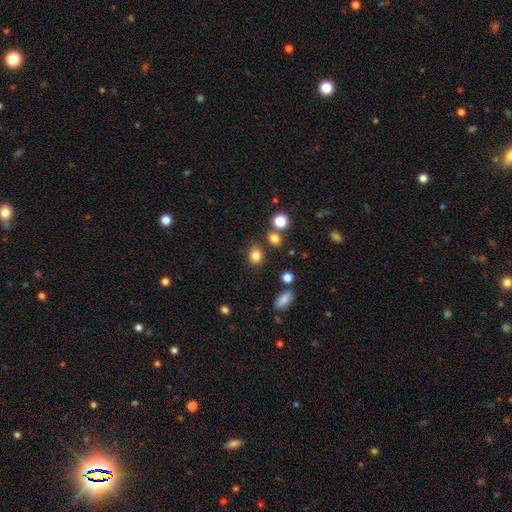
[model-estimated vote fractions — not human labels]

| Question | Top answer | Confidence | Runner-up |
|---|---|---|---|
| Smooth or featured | smooth | 82% | star or artifact (13%) |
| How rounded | round | 62% | in between (37%) |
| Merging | none | 81% | minor disturbance (10%) |